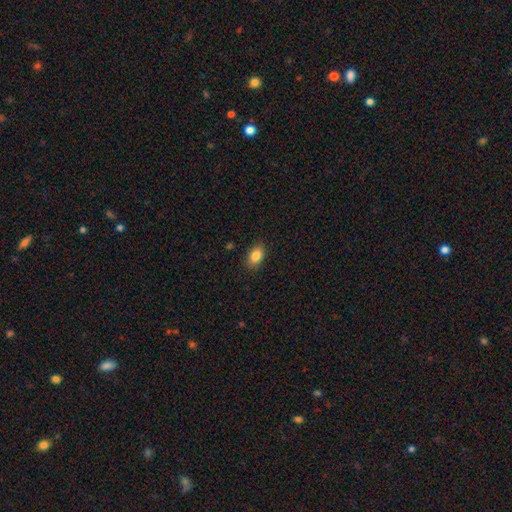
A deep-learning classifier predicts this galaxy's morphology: A smooth galaxy with no disk features (85%) that is in between round and cigar-shaped (87%). Merging: none (87%).